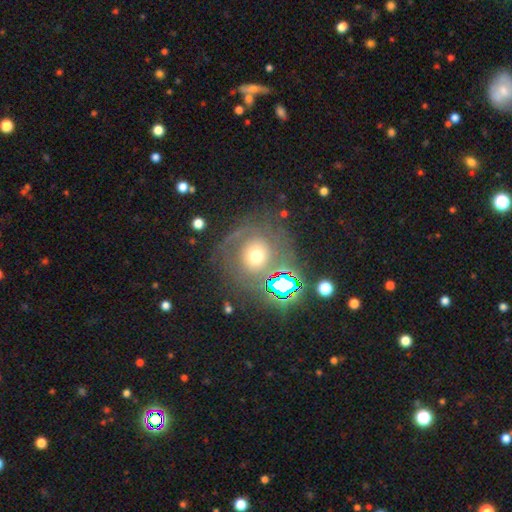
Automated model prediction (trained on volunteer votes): A smooth galaxy with no disk features (43%).

Vote fractions:
- Smooth or featured? smooth: 43% / featured or disk: 37% / star or artifact: 21%
- Merging? none: 63% / major disturbance: 17% / minor disturbance: 15% / merger: 5%